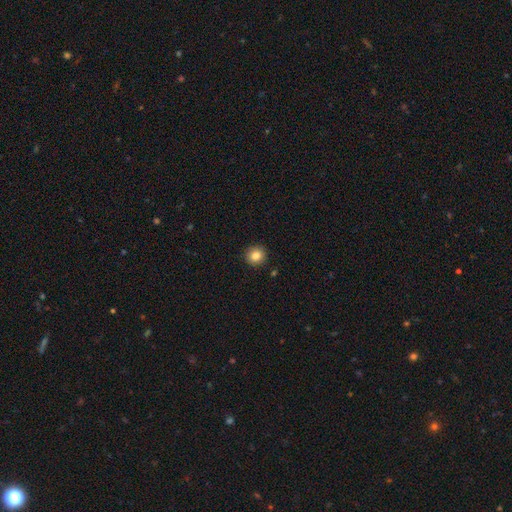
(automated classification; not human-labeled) smooth 84%, star or artifact 10%, featured or disk 6%. Down the decision tree: how rounded — round (93%); merging — none (92%).